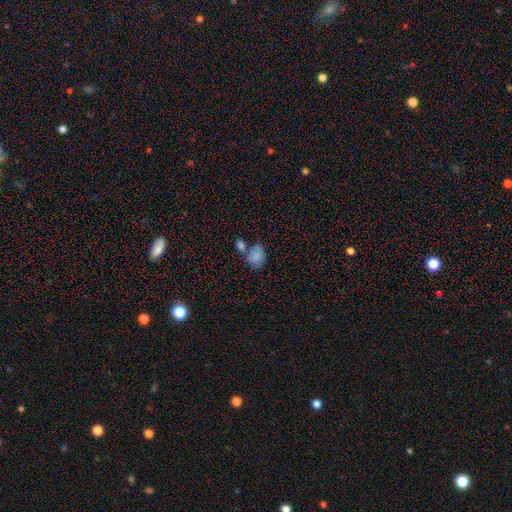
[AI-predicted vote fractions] Smooth or featured: smooth — 81% (featured or disk — 10%)
How rounded: in between — 59% (round — 40%)
Merging: none — 43% (merger — 34%)